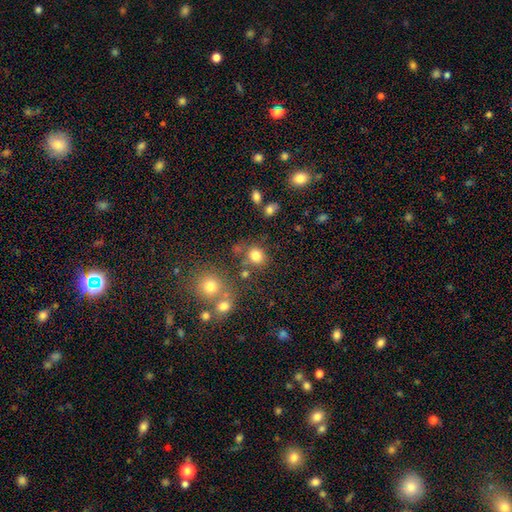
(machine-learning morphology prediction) A smooth galaxy with no disk features (79%) that is round (77%).

Vote fractions:
- Smooth or featured? smooth: 79% / star or artifact: 14% / featured or disk: 7%
- How rounded? round: 77% / in between: 22% / cigar-shaped: 1%
- Merging? none: 69% / merger: 13% / minor disturbance: 12% / major disturbance: 6%